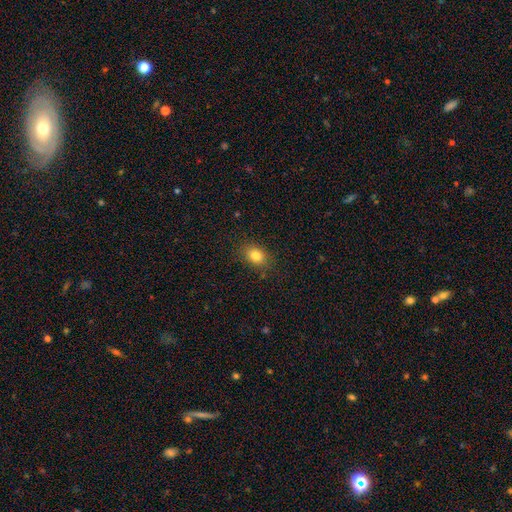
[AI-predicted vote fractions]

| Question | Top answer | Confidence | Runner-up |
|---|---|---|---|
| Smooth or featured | smooth | 82% | star or artifact (11%) |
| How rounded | in between | 65% | round (34%) |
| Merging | none | 85% | minor disturbance (11%) |